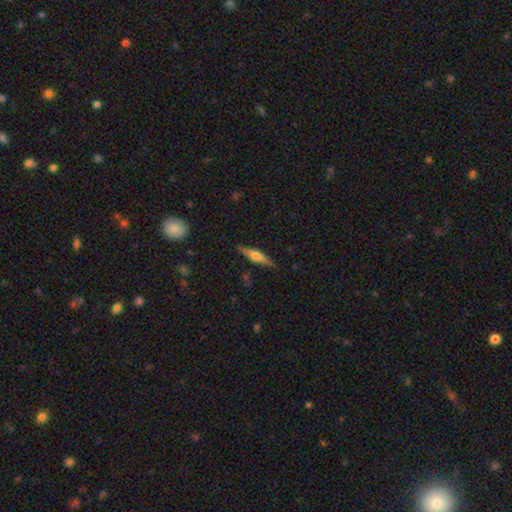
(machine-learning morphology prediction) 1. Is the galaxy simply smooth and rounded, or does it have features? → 64% featured or disk, 30% smooth, 7% star or artifact.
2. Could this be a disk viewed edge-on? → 96% yes, 4% no.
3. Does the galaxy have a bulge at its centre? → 84% rounded, 10% boxy, 5% none.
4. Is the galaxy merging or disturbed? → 86% none, 10% minor disturbance, 2% major disturbance, 1% merger.